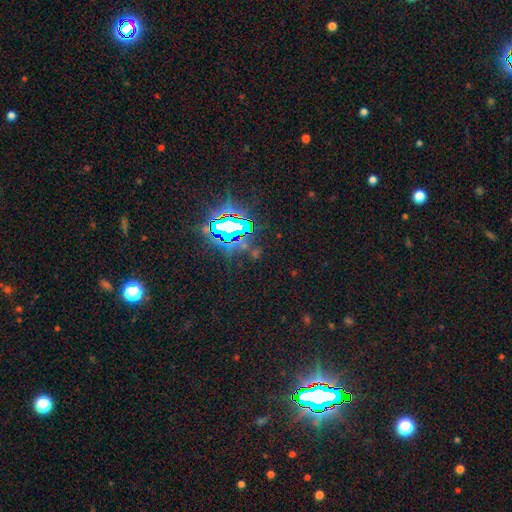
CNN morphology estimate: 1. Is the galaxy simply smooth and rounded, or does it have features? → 84% star or artifact, 9% smooth, 7% featured or disk.